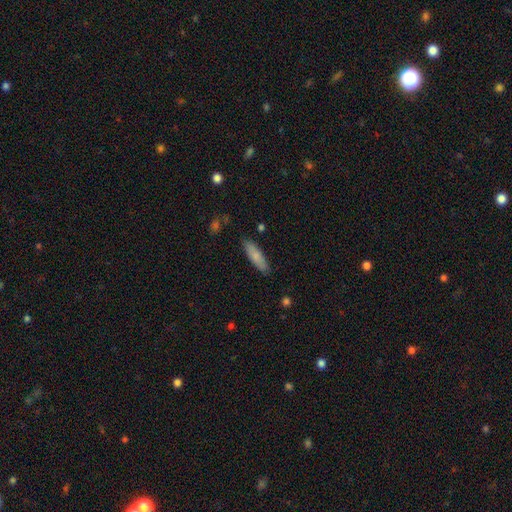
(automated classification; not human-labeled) Q: Smooth or featured?
A: smooth (79%); runner-up: featured or disk (15%)
Q: How rounded?
A: cigar-shaped (62%); runner-up: in between (36%)
Q: Merging?
A: none (87%); runner-up: minor disturbance (10%)